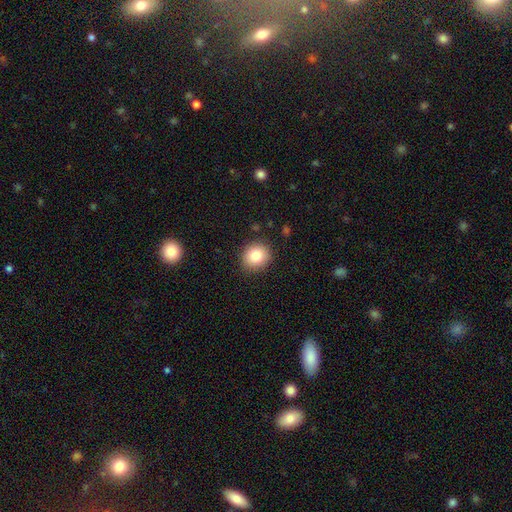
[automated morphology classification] This appears to be a smooth galaxy with no disk features (82%) that is round (77%). Merging: none (87%).